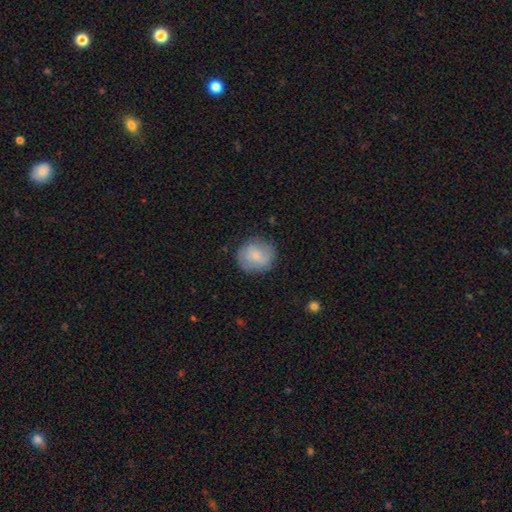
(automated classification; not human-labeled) smooth-or-featured: smooth: 71% | featured or disk: 22% | star or artifact: 7%
  how-rounded: round: 86% | in between: 13% | cigar-shaped: 1%
  merging: none: 81% | minor disturbance: 14% | major disturbance: 4% | merger: 1%